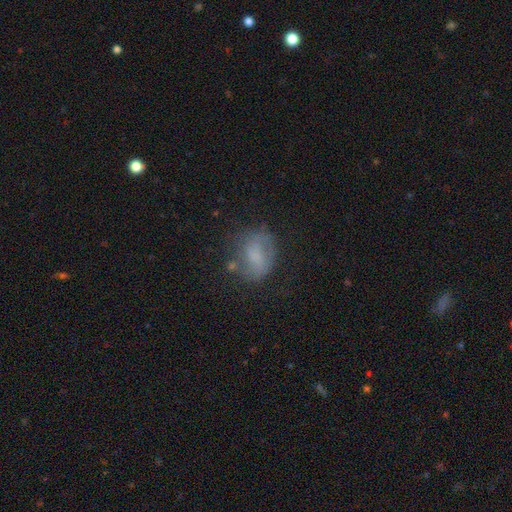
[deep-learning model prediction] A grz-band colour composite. It shows a smooth galaxy with no disk features (53%) that is in between round and cigar-shaped (58%). Merging: none (57%).